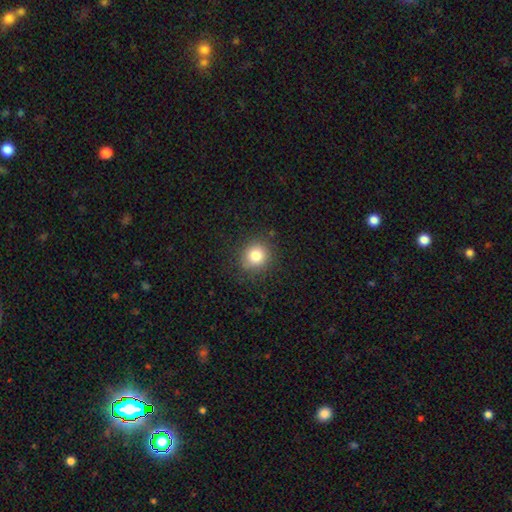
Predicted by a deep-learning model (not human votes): This appears to be a smooth galaxy with no disk features (81%) that is round (87%). Merging: none (86%).